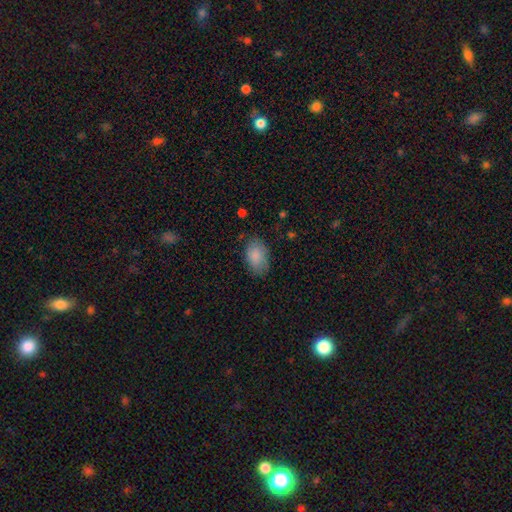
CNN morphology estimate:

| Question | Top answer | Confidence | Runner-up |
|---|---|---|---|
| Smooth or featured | smooth | 87% | star or artifact (7%) |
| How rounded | in between | 90% | round (9%) |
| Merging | none | 75% | minor disturbance (19%) |